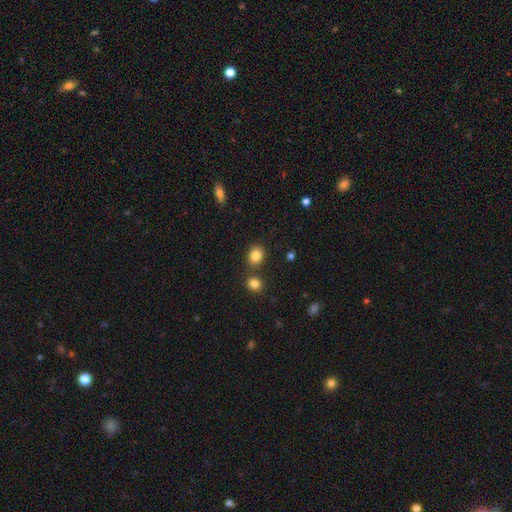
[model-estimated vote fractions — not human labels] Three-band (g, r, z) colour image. It shows a smooth galaxy with no disk features (85%) that is round (59%). Merging: none (76%).